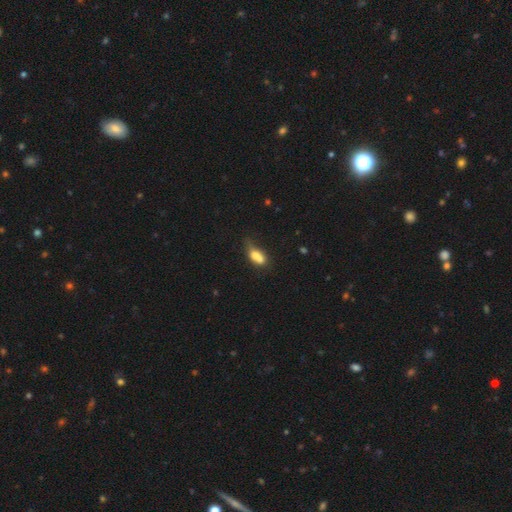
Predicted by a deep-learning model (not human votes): Morphology: type=smooth (69%); roundness=in between (76%); merging=merger (35%).